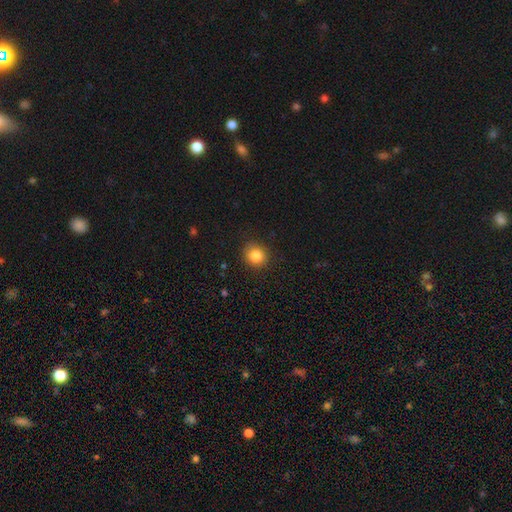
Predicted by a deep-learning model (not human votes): smooth 84%, star or artifact 10%, featured or disk 6%. Down the decision tree: how rounded — round (86%); merging — none (88%).